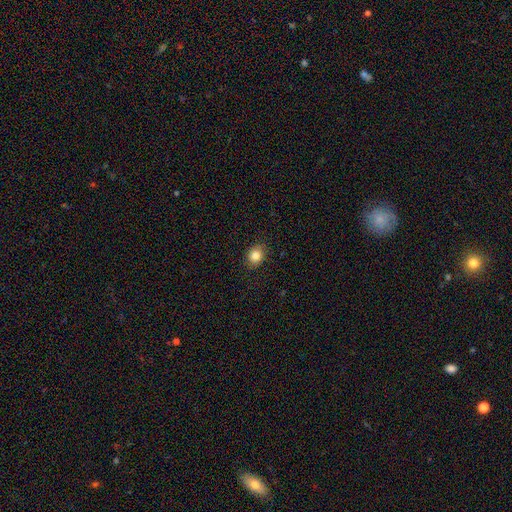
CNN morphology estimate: Smooth or featured?
  - smooth: 84% *
  - star or artifact: 10%
  - featured or disk: 6%
How rounded?
  - round: 55% *
  - in between: 44%
  - cigar-shaped: 1%
Merging?
  - none: 86% *
  - minor disturbance: 11%
  - major disturbance: 2%
  - merger: 1%